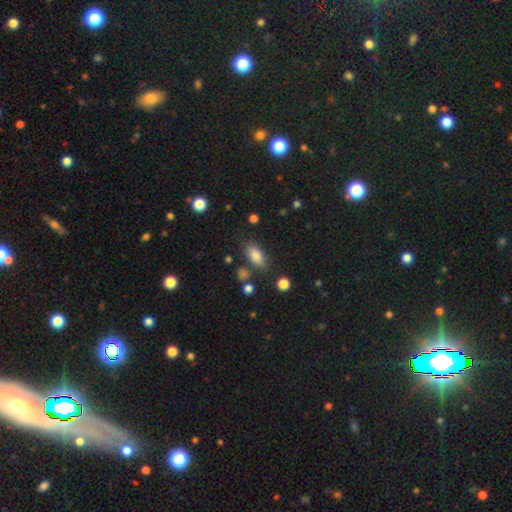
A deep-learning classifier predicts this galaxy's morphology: Smooth or featured?
  - smooth: 82% *
  - star or artifact: 9%
  - featured or disk: 9%
How rounded?
  - in between: 87% *
  - cigar-shaped: 8%
  - round: 5%
Merging?
  - none: 76% *
  - minor disturbance: 14%
  - merger: 5%
  - major disturbance: 5%